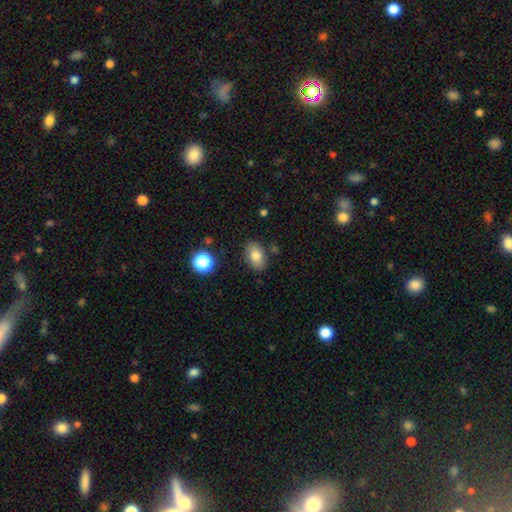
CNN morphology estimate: Smooth or featured?
  - smooth: 80% *
  - featured or disk: 11%
  - star or artifact: 9%
How rounded?
  - in between: 86% *
  - round: 13%
  - cigar-shaped: 1%
Merging?
  - none: 83% *
  - minor disturbance: 11%
  - major disturbance: 3%
  - merger: 3%